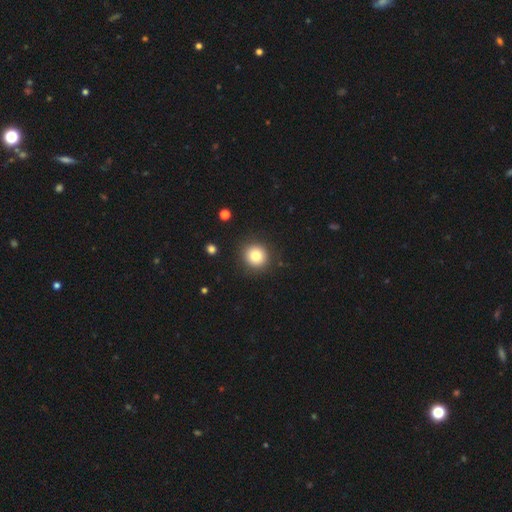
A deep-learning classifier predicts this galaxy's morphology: Overall: smooth (81%). How rounded: round (91%). Merging: none (90%).